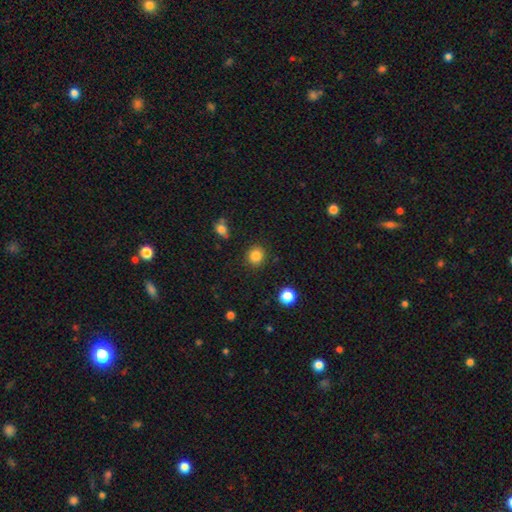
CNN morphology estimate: A smooth galaxy with no disk features (85%) that is round (88%). Merging: none (90%).